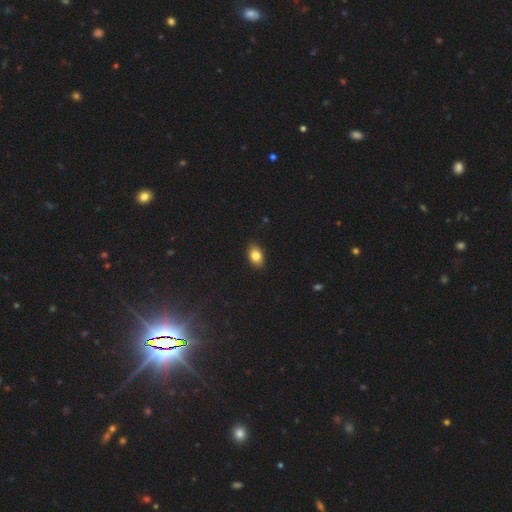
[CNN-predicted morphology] Smooth or featured? smooth (82%)
How rounded? in between (85%)
Merging? none (87%)